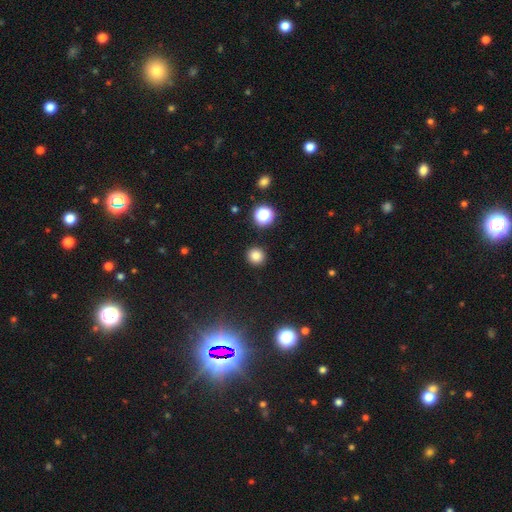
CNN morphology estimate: smooth-or-featured: smooth: 81% | star or artifact: 14% | featured or disk: 4%
  how-rounded: round: 93% | in between: 7% | cigar-shaped: 1%
  merging: none: 91% | minor disturbance: 5% | major disturbance: 2% | merger: 2%